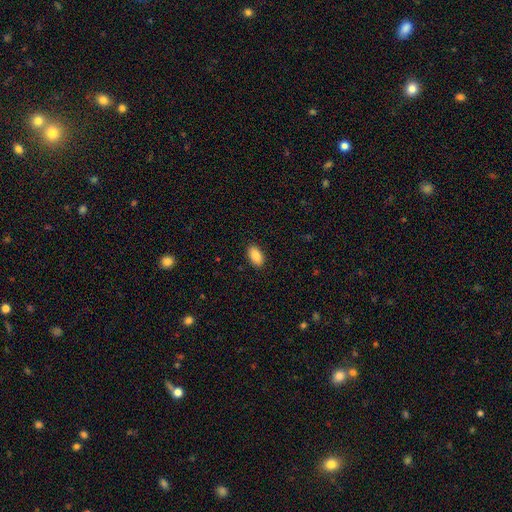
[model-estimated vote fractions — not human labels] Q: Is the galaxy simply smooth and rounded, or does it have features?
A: smooth — 88%.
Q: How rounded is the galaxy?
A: in between — 94%.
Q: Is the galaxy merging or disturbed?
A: none — 90%.